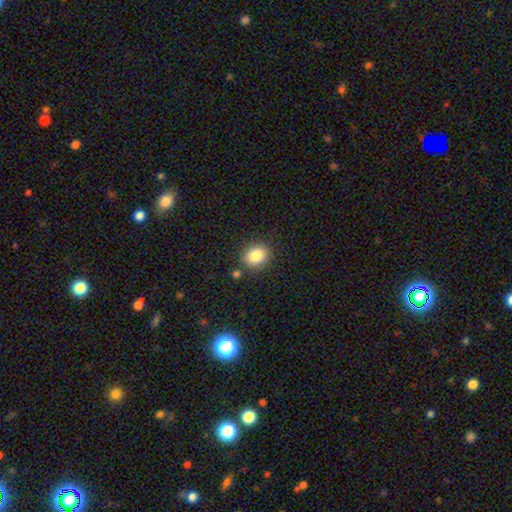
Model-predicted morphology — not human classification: This appears to be a smooth galaxy with no disk features (84%) that is round (70%). Merging: none (83%).